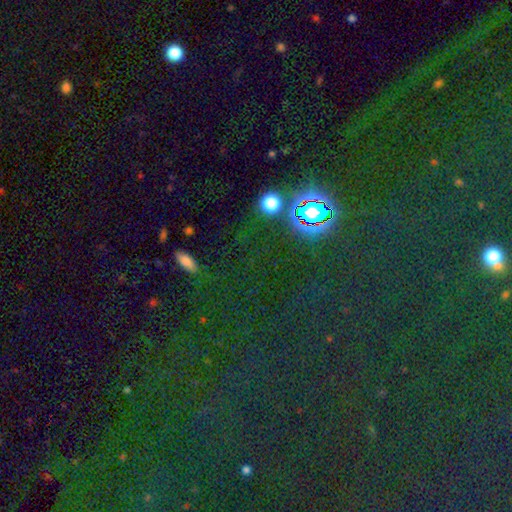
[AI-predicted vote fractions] star or artifact 78%, smooth 14%, featured or disk 8%.